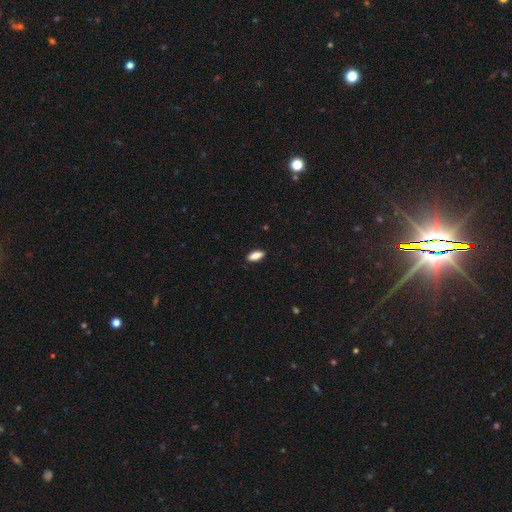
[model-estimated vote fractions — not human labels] smooth_or_featured: smooth (p=0.85) [alt: featured or disk p=0.08]
how_rounded: in between (p=0.79) [alt: cigar-shaped p=0.18]
merging: none (p=0.88) [alt: minor disturbance p=0.09]